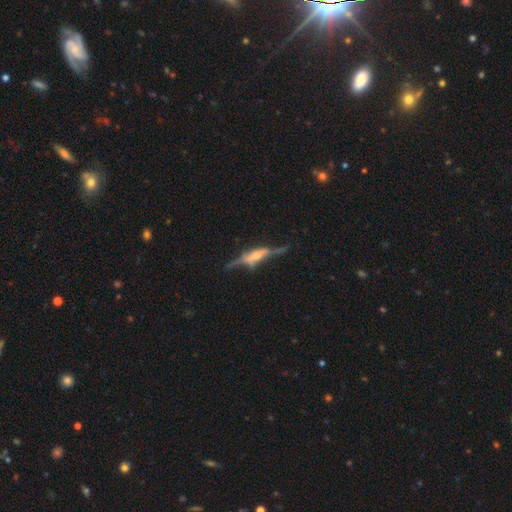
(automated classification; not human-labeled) featured or disk 82%, smooth 11%, star or artifact 7%. Down the decision tree: edge-on disk — yes (91%); edge-on bulge — rounded (70%); merging — none (67%).